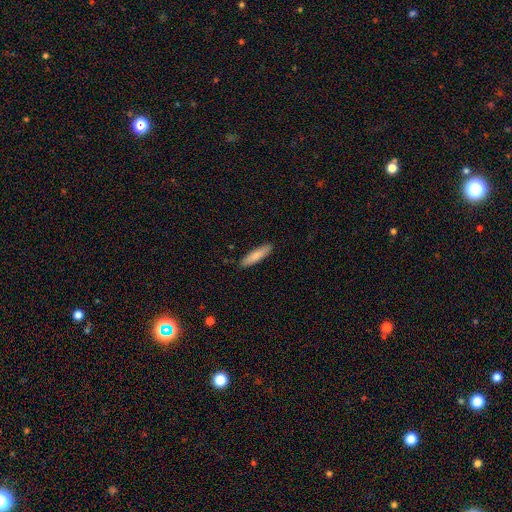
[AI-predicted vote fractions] A smooth galaxy with no disk features (84%) that is cigar-shaped (74%). Merging: none (89%).